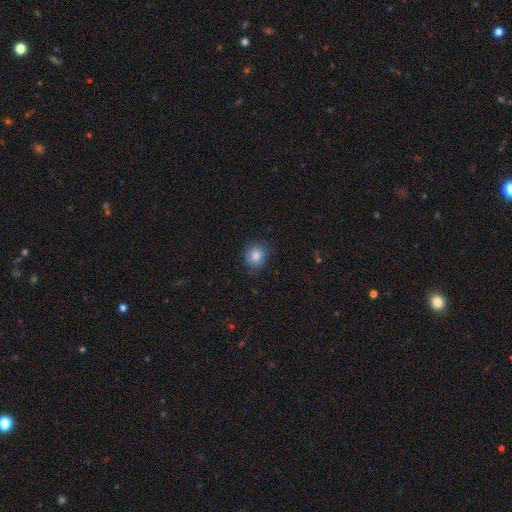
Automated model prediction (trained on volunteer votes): The model was most divided on "how rounded": round: 82%, in between: 17%, cigar-shaped: 1%. More confident: smooth or featured — smooth (82%); merging — none (81%).